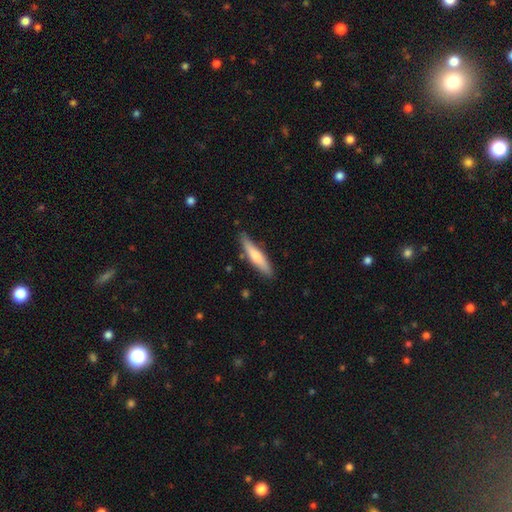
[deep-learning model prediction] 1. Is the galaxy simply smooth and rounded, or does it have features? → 60% smooth, 34% featured or disk, 5% star or artifact.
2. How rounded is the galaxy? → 86% cigar-shaped, 13% in between, 1% round.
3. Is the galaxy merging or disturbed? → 82% none, 14% minor disturbance, 2% major disturbance, 2% merger.